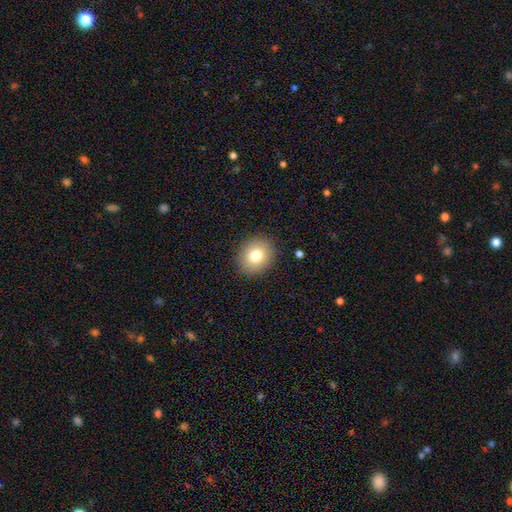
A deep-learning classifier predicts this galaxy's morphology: Overall: smooth (79%). How rounded: round (69%; in between 31%). Merging: none (90%).